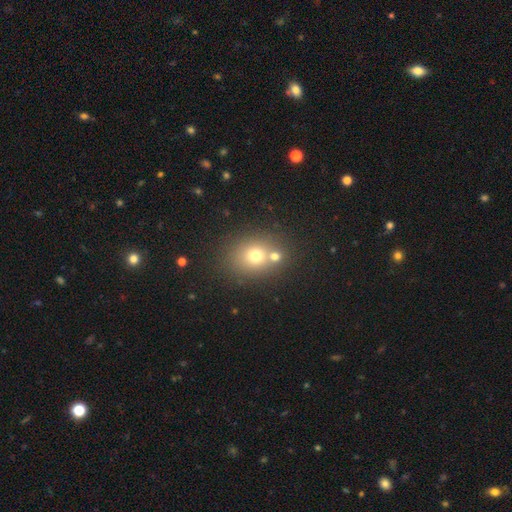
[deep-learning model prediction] smooth-or-featured: smooth: 69% | star or artifact: 17% | featured or disk: 15%
  how-rounded: round: 62% | in between: 37% | cigar-shaped: 1%
  merging: none: 60% | merger: 27% | minor disturbance: 9% | major disturbance: 4%